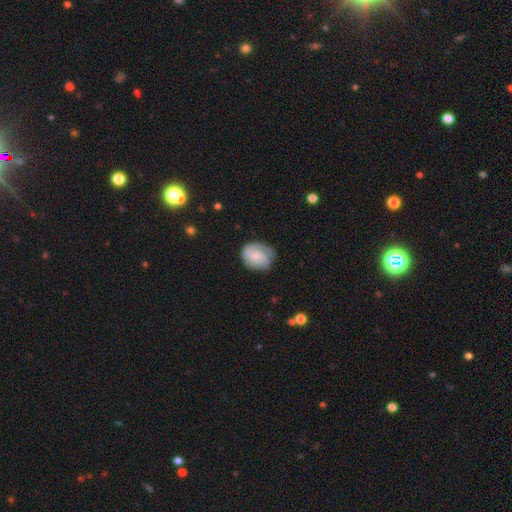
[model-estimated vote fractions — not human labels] Smooth or featured? featured or disk (62%)
Edge-on disk? no (98%)
Bar? no (66%)
Spiral arms? yes (91%)
Spiral winding? tight (53%)
Spiral arm count? 2 (42%)
Bulge size? small (50%)
Merging? none (66%)